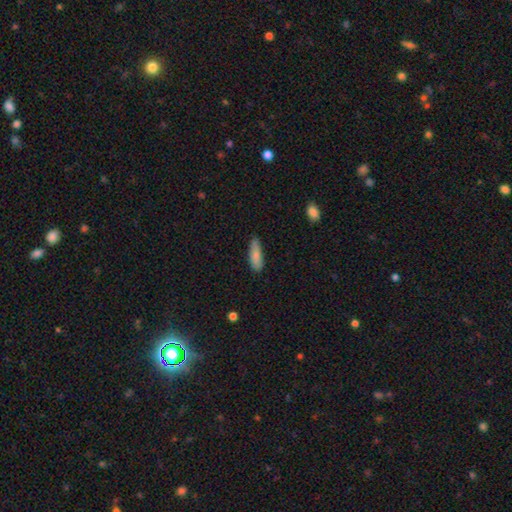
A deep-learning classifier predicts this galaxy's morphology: Overall: smooth (84%). How rounded: in between (51%; cigar-shaped 47%). Merging: none (75%).